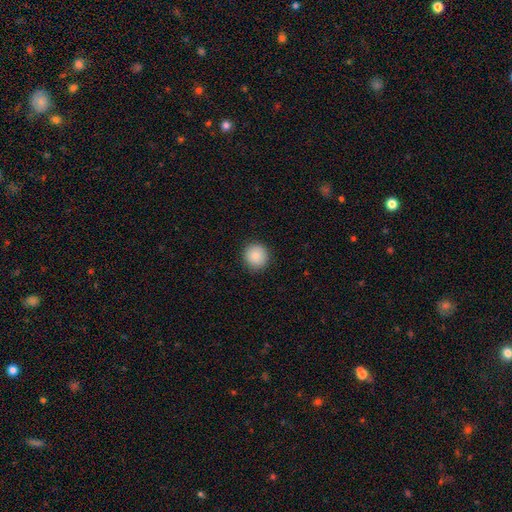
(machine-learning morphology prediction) smooth_or_featured: smooth (p=0.87) [alt: star or artifact p=0.08]
how_rounded: round (p=0.93) [alt: in between p=0.06]
merging: none (p=0.91) [alt: minor disturbance p=0.06]